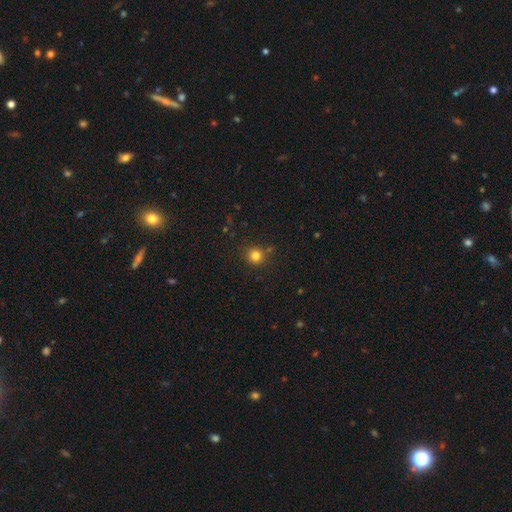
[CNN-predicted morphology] A smooth galaxy with no disk features (80%) that is round (92%). Merging: none (84%).